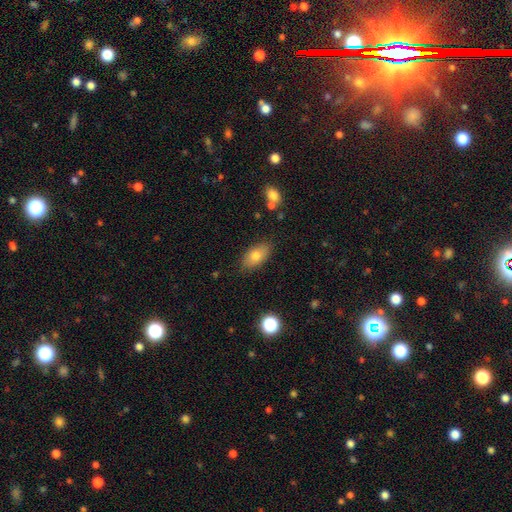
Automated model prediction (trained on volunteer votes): Smooth or featured: smooth — 76% (featured or disk — 15%)
How rounded: in between — 90% (round — 6%)
Merging: none — 83% (minor disturbance — 12%)